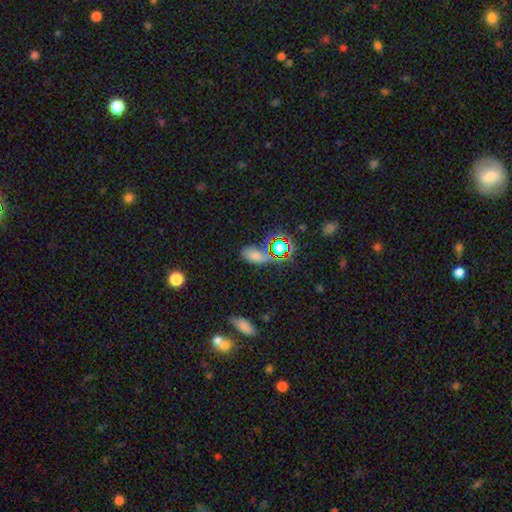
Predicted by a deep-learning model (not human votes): The model was most divided on "merging": none: 51%, minor disturbance: 22%, merger: 14%, major disturbance: 13%. More confident: how rounded — in between (87%); smooth or featured — smooth (60%).